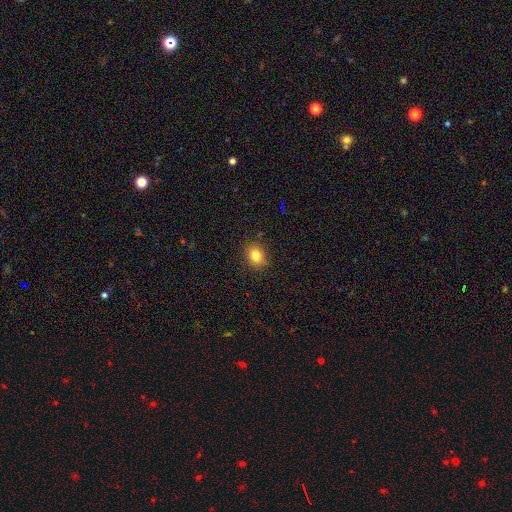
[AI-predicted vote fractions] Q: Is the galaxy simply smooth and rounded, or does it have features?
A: smooth — 81%.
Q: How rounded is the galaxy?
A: round — 66%.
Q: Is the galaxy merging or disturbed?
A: none — 86%.